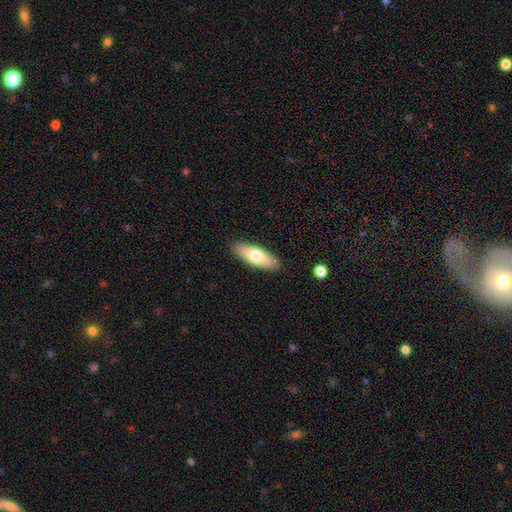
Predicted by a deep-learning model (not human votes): This is likely a smooth galaxy (70%). How rounded: likely in between (60%). Merging: clearly none (89%).